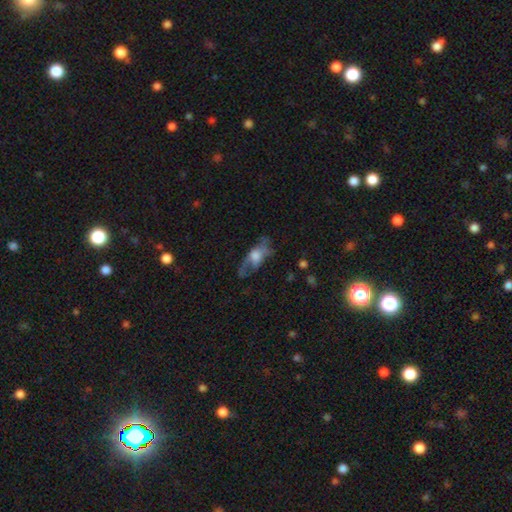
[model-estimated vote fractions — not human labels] Smooth or featured?
  - featured or disk: 50% *
  - smooth: 41%
  - star or artifact: 9%
Edge-on disk?
  - no: 71% *
  - yes: 29%
Merging?
  - none: 42% *
  - major disturbance: 31%
  - minor disturbance: 24%
  - merger: 3%